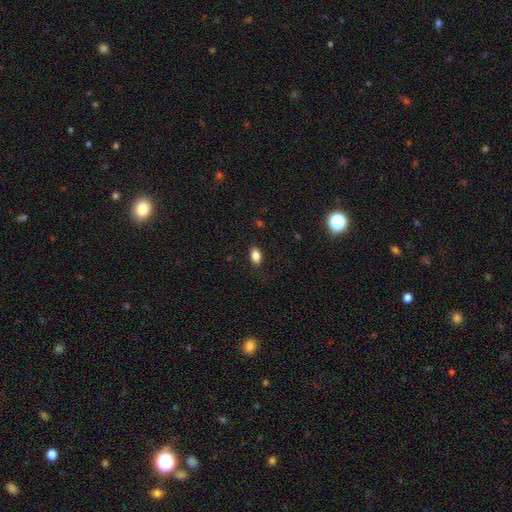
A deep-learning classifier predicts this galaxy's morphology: Smooth or featured: smooth — 85% (star or artifact — 9%)
How rounded: in between — 87% (round — 11%)
Merging: none — 86% (minor disturbance — 11%)